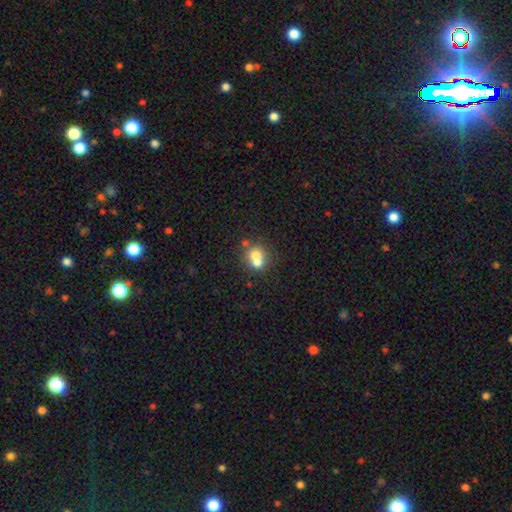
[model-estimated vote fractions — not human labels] Smooth or featured: smooth — 65% (featured or disk — 23%)
How rounded: round — 78% (in between — 21%)
Merging: merger — 54% (none — 36%)